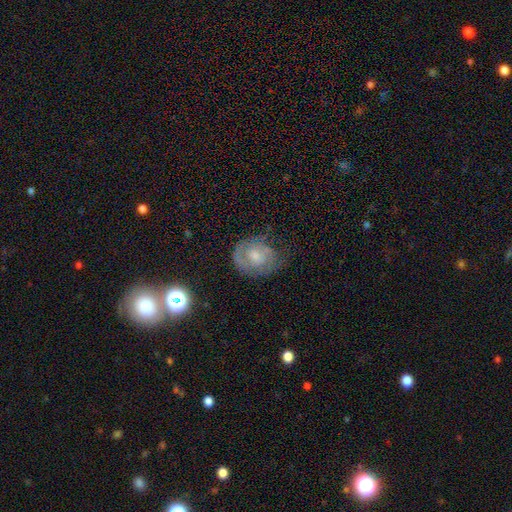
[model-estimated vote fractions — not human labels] Morphology: type=featured or disk (60%); edge-on=no (97%); bar=no (70%); spiral arms=yes (76%); bulge=moderate (45%); merging=none (59%).